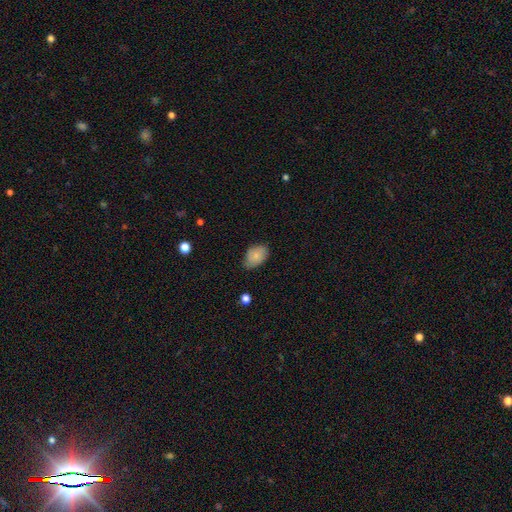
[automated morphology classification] Smooth or featured? Predicted: smooth (p=0.80). How rounded? Predicted: in between (p=0.85). Merging? Predicted: none (p=0.65).